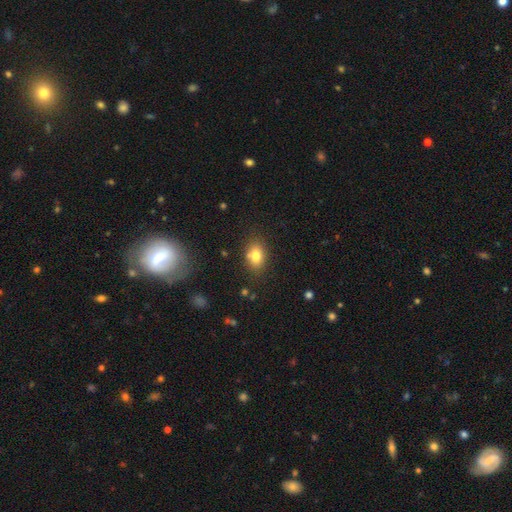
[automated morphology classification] Smooth or featured: smooth — 79% (star or artifact — 11%)
How rounded: in between — 76% (round — 23%)
Merging: none — 78% (minor disturbance — 13%)